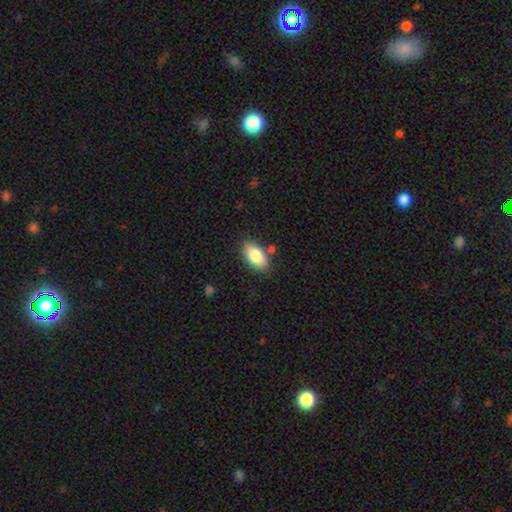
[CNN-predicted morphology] smooth 84%, featured or disk 10%, star or artifact 7%. Down the decision tree: how rounded — in between (93%); merging — none (81%).